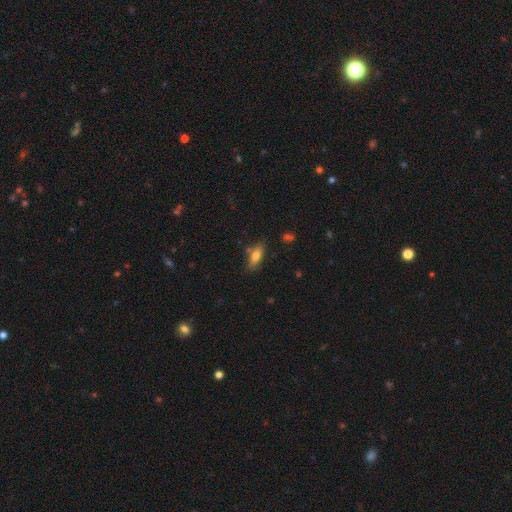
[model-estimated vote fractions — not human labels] This appears to be a smooth galaxy with no disk features (70%) that is in between round and cigar-shaped (67%). Merging: none (73%).